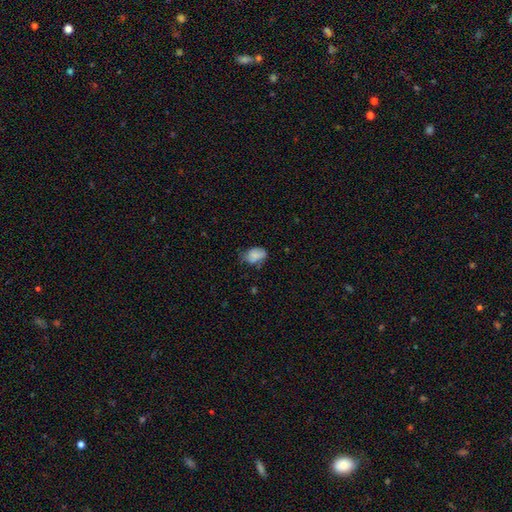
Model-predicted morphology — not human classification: This is likely a smooth galaxy (78%). How rounded: clearly in between (82%). Merging: possibly none (51%).